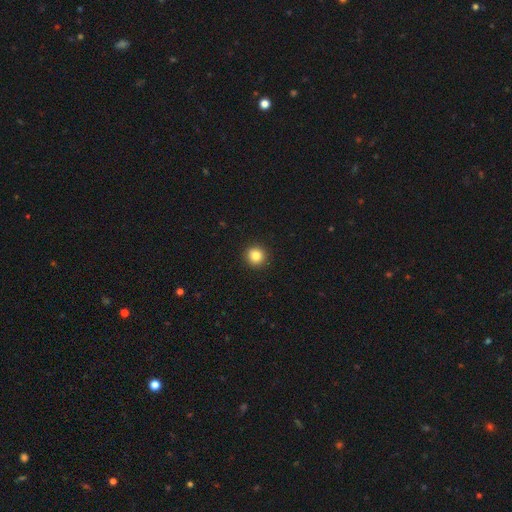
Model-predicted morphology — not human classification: A smooth galaxy with no disk features (83%) that is round (94%).

Vote fractions:
- Smooth or featured? smooth: 83% / star or artifact: 11% / featured or disk: 6%
- How rounded? round: 94% / in between: 5% / cigar-shaped: 1%
- Merging? none: 93% / minor disturbance: 4% / major disturbance: 2% / merger: 1%